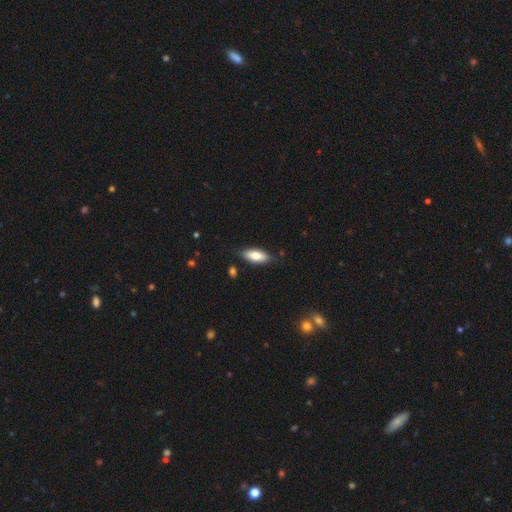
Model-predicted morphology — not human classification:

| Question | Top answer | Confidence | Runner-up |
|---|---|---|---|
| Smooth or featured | smooth | 76% | featured or disk (18%) |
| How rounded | in between | 81% | cigar-shaped (17%) |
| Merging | none | 80% | minor disturbance (15%) |